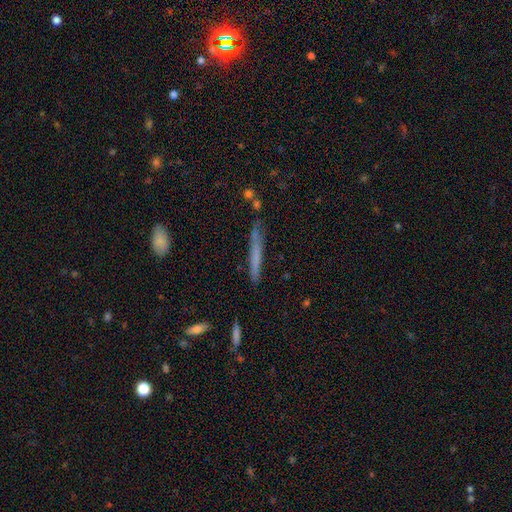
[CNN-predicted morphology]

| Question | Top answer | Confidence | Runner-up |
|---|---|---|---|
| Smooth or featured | smooth | 56% | featured or disk (34%) |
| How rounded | cigar-shaped | 95% | in between (3%) |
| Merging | none | 80% | minor disturbance (14%) |